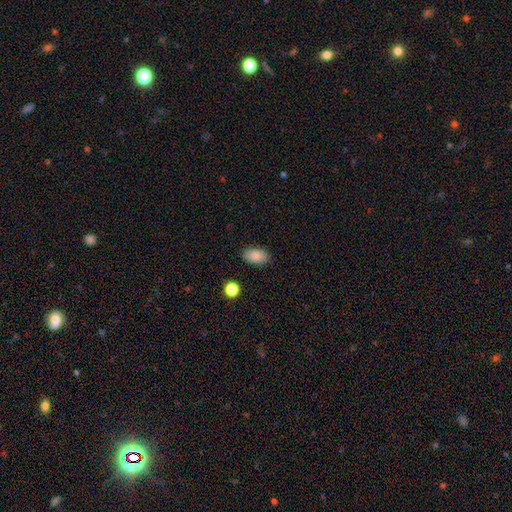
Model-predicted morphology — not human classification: type=smooth (86%); roundness=in between (91%); merging=none (87%).